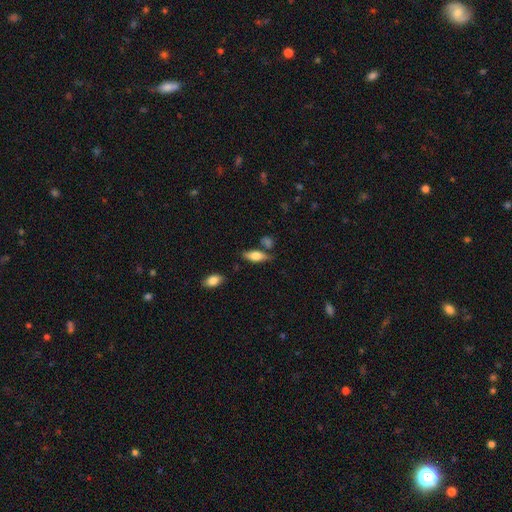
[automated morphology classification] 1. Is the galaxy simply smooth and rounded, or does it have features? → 68% smooth, 25% featured or disk, 7% star or artifact.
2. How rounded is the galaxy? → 71% in between, 26% cigar-shaped, 3% round.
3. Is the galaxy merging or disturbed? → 68% none, 18% minor disturbance, 10% merger, 5% major disturbance.